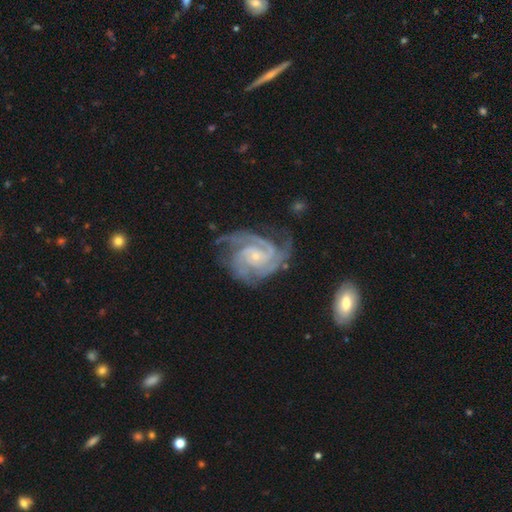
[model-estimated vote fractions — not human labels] Overall: featured or disk (92%). Edge-on disk: no (98%). Bar: no (63%; weak 29%). Spiral arms: yes (98%). Spiral arm count: 3 (43%; 4 18%). Spiral winding: tight (64%; medium 32%). Bulge size: small (78%). Merging: none (65%).